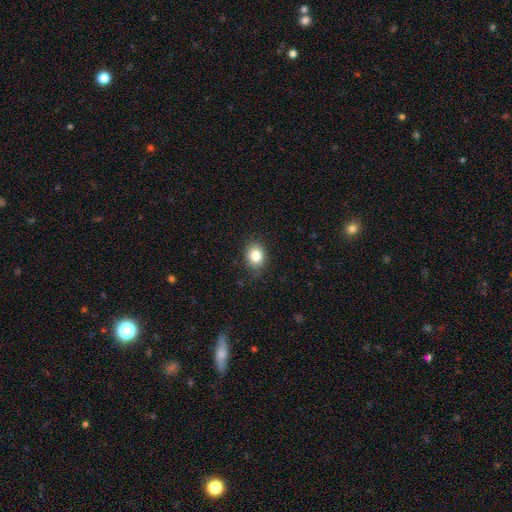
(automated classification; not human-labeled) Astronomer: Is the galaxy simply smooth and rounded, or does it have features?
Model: smooth — 83%.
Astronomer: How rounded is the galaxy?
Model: round — 52% (runner-up: in between, 47%).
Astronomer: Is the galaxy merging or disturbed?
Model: none — 84%.